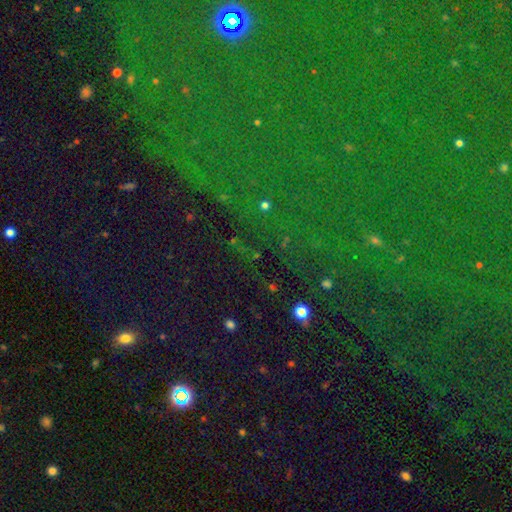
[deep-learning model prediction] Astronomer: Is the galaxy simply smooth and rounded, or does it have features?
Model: star or artifact — 71%.